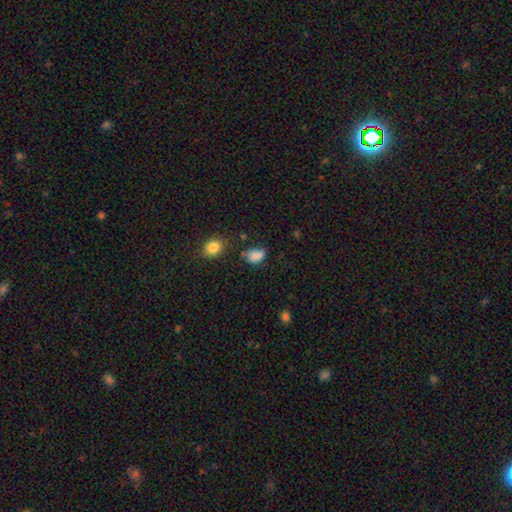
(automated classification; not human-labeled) A smooth galaxy with no disk features (80%) that is in between round and cigar-shaped (80%).

Vote fractions:
- Smooth or featured? smooth: 80% / star or artifact: 12% / featured or disk: 8%
- How rounded? in between: 80% / round: 18% / cigar-shaped: 2%
- Merging? none: 47% / minor disturbance: 32% / major disturbance: 14% / merger: 7%